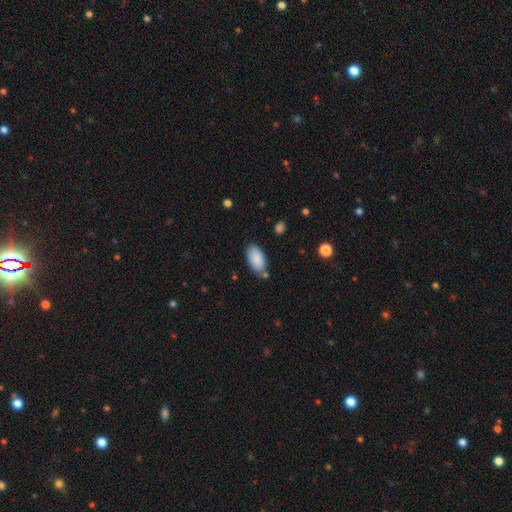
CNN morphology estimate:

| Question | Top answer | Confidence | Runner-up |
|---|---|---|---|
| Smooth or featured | smooth | 89% | star or artifact (6%) |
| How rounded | in between | 95% | cigar-shaped (3%) |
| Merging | none | 77% | minor disturbance (14%) |